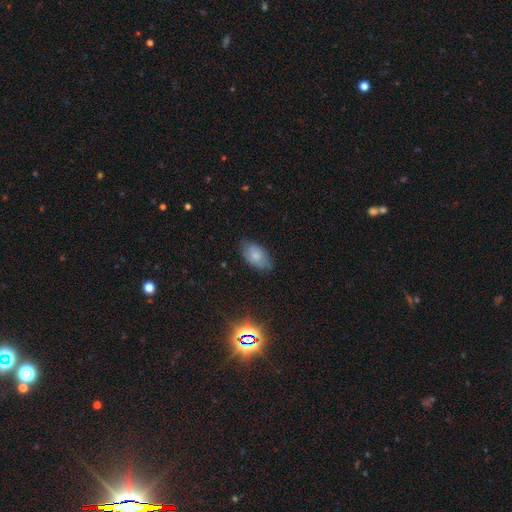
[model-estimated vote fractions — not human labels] smooth_or_featured: smooth (p=0.72) [alt: featured or disk p=0.19]
how_rounded: in between (p=0.93) [alt: round p=0.05]
merging: none (p=0.70) [alt: minor disturbance p=0.23]